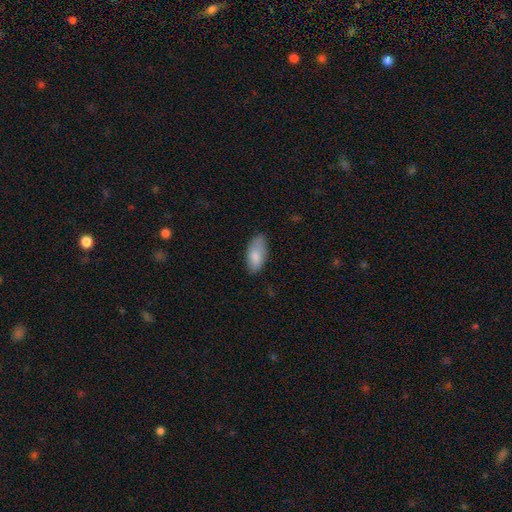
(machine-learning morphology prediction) Smooth or featured?
  - smooth: 84% *
  - featured or disk: 10%
  - star or artifact: 6%
How rounded?
  - in between: 92% *
  - cigar-shaped: 6%
  - round: 2%
Merging?
  - none: 72% *
  - minor disturbance: 23%
  - major disturbance: 4%
  - merger: 1%